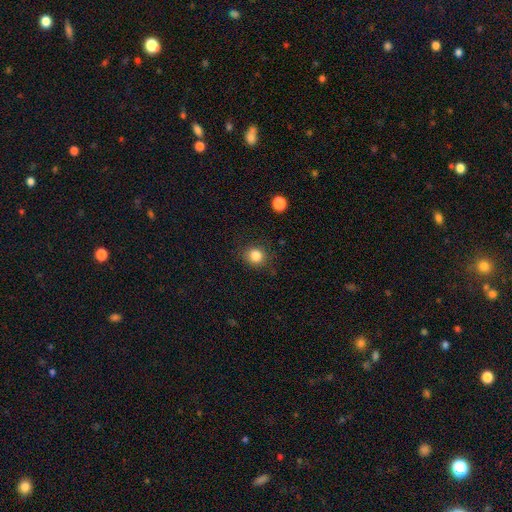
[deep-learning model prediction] A smooth galaxy with no disk features (84%) that is round (84%).

Vote fractions:
- Smooth or featured? smooth: 84% / star or artifact: 11% / featured or disk: 5%
- How rounded? round: 84% / in between: 15% / cigar-shaped: 1%
- Merging? none: 85% / minor disturbance: 10% / major disturbance: 3% / merger: 1%